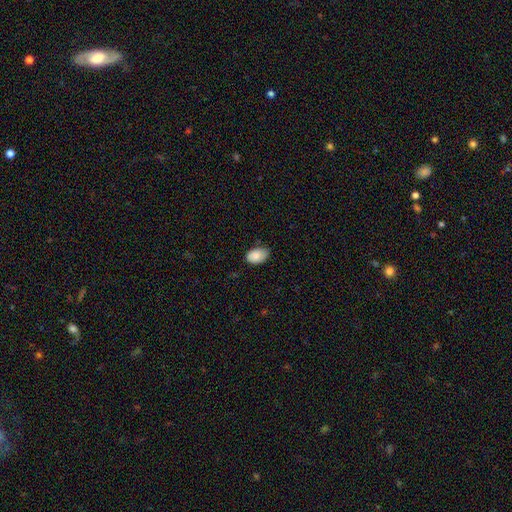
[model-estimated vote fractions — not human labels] Q: Smooth or featured?
A: smooth (87%); runner-up: star or artifact (7%)
Q: How rounded?
A: in between (90%); runner-up: round (9%)
Q: Merging?
A: none (68%); runner-up: minor disturbance (27%)